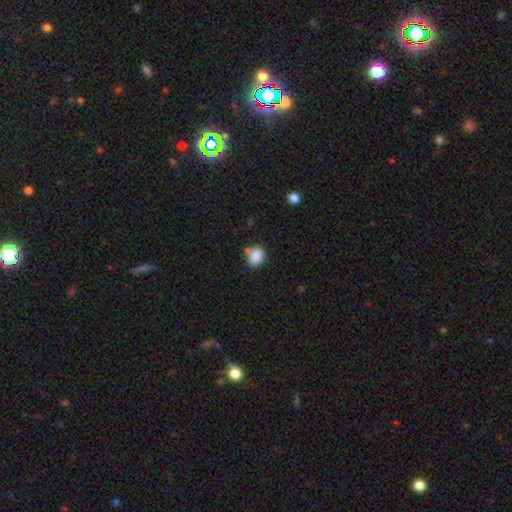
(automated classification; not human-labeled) Smooth or featured? smooth (88%)
How rounded? in between (54%)
Merging? none (73%)